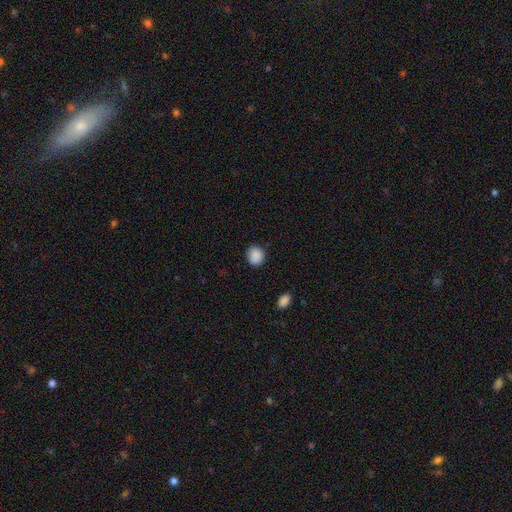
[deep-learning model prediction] smooth_or_featured: smooth (p=0.89) [alt: star or artifact p=0.08]
how_rounded: round (p=0.79) [alt: in between p=0.20]
merging: none (p=0.85) [alt: minor disturbance p=0.11]